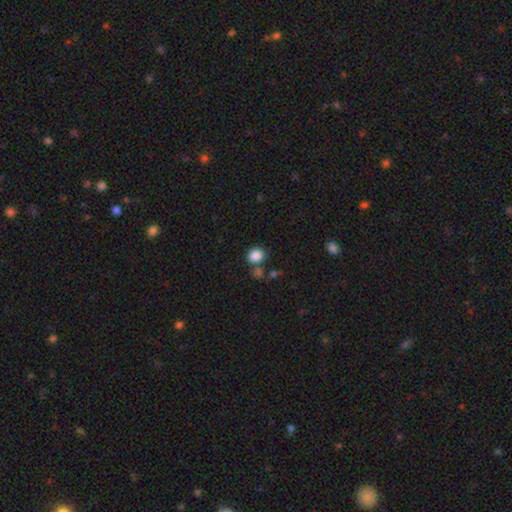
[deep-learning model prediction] Overall: smooth (86%). How rounded: round (64%; in between 35%). Merging: none (67%).